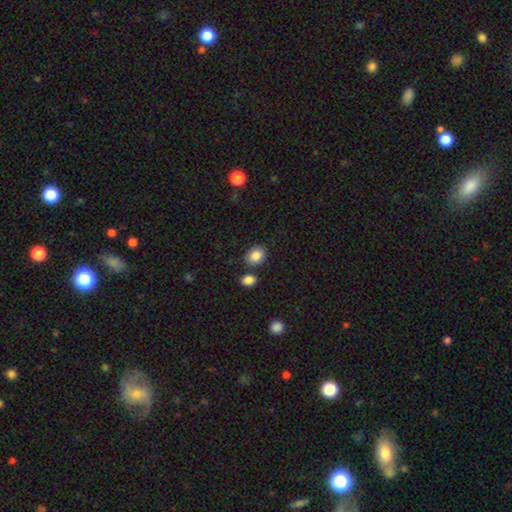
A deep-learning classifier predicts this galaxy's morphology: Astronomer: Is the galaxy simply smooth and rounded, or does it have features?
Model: smooth — 87%.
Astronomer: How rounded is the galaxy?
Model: round — 53% (runner-up: in between, 46%).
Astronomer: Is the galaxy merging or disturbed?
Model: none — 77%.